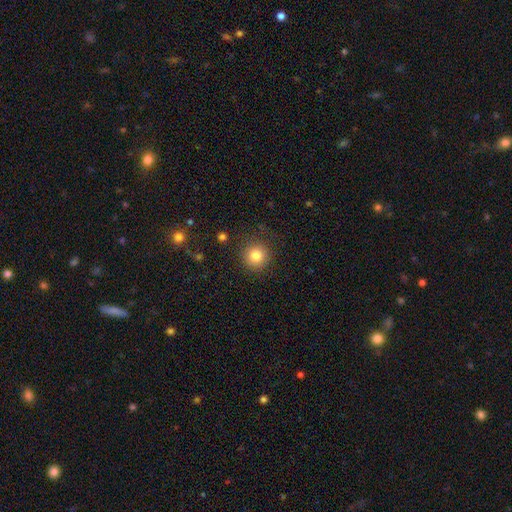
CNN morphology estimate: Overall: smooth (81%). How rounded: round (94%). Merging: none (88%).